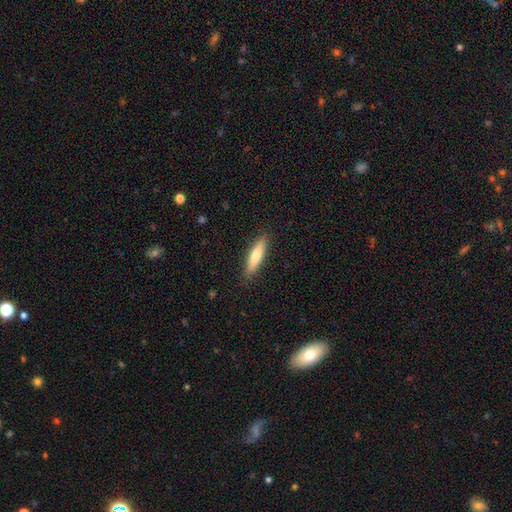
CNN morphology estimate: This appears to be a smooth galaxy with no disk features (70%) that is cigar-shaped (77%). Merging: none (89%).